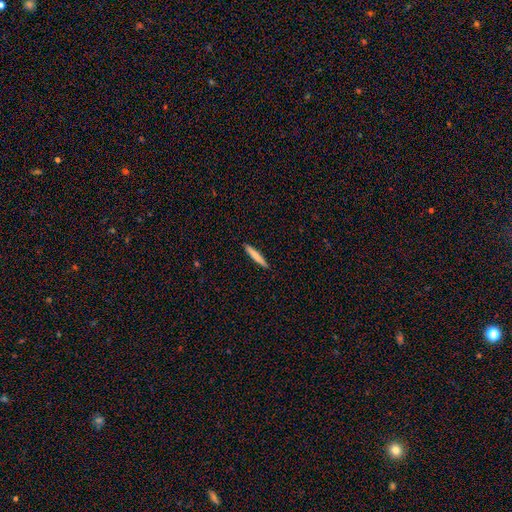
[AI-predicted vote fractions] This is likely a smooth galaxy (76%). How rounded: clearly cigar-shaped (95%). Merging: clearly none (92%).